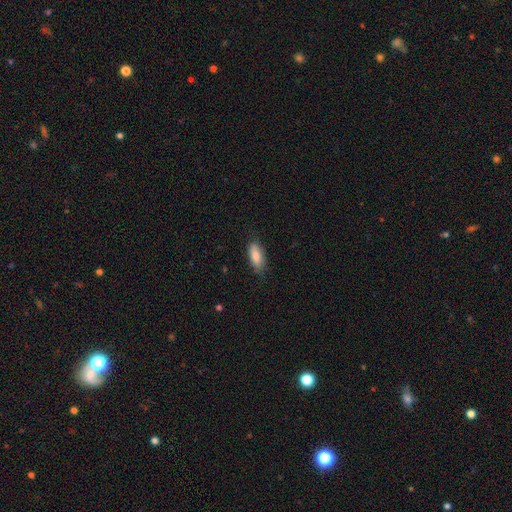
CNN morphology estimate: Smooth or featured: smooth — 84% (featured or disk — 9%)
How rounded: in between — 81% (cigar-shaped — 17%)
Merging: none — 79% (minor disturbance — 17%)